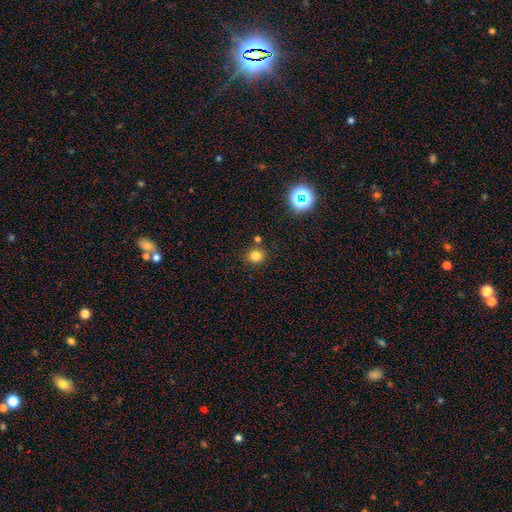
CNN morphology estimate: Overall: smooth (80%). How rounded: round (80%). Merging: none (81%).